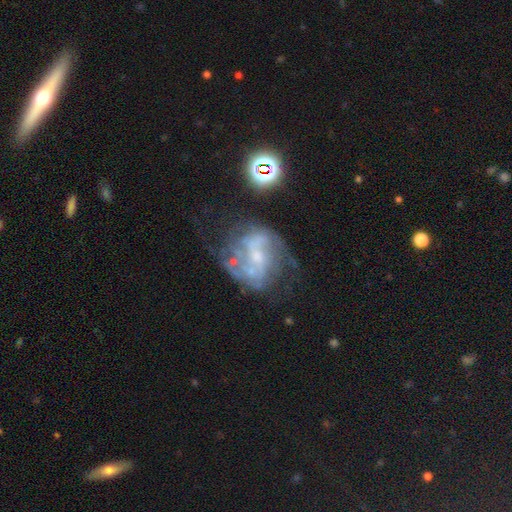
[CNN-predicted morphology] The model was most divided on "bar": no: 50%, weak: 39%, strong: 11%. Remaining: edge-on disk — no (97%); spiral arms — yes (81%); smooth or featured — featured or disk (77%); spiral arm count — 2 (58%); bulge size — small (55%); merging — none (50%); spiral winding — medium (45%).